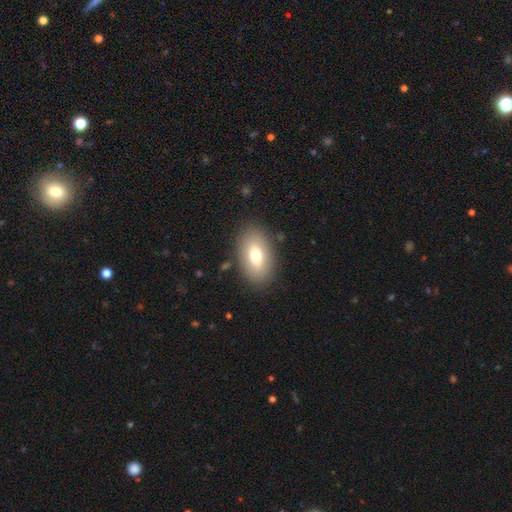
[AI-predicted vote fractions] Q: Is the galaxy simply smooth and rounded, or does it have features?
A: smooth — 72%.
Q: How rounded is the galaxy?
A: in between — 91%.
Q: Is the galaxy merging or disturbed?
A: none — 85%.